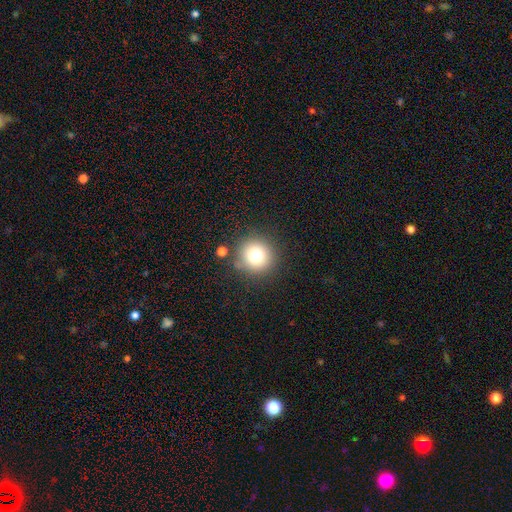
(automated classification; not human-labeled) Overall: smooth (76%). How rounded: round (93%). Merging: none (83%).